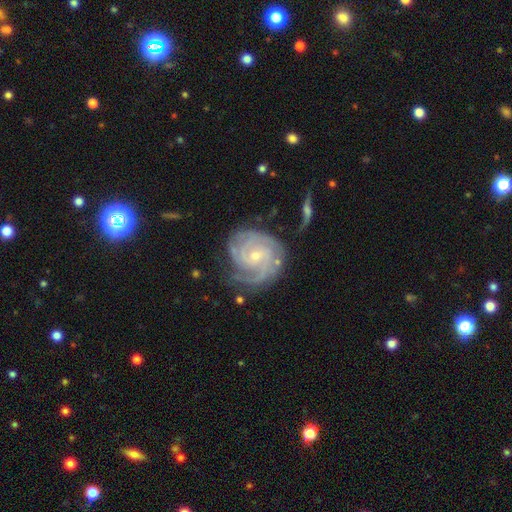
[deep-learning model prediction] A featured or disk galaxy (89%) with no bar (58%), 3 (36%) tight (68%) spiral arms (98%) and a small central bulge (70%). Merging: none (69%).